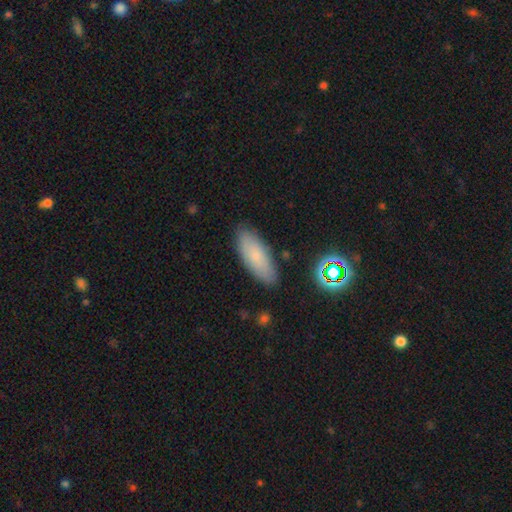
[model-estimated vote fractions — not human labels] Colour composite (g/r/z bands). It shows a smooth galaxy with no disk features (76%) that is in between round and cigar-shaped (74%). Merging: none (83%).